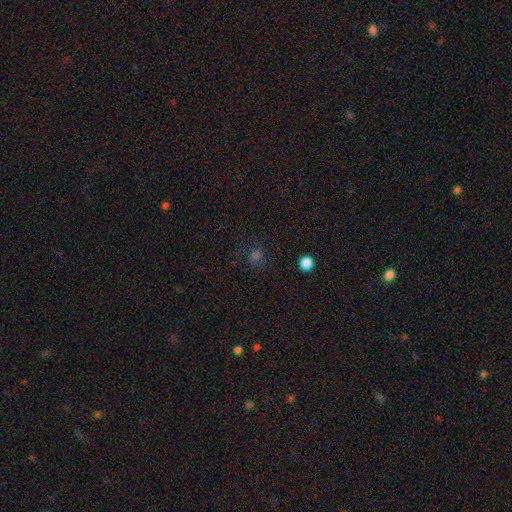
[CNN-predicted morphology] A smooth galaxy with no disk features (52%) that is round (77%).

Vote fractions:
- Smooth or featured? smooth: 52% / star or artifact: 35% / featured or disk: 13%
- How rounded? round: 77% / in between: 22% / cigar-shaped: 1%
- Merging? none: 71% / minor disturbance: 16% / major disturbance: 11% / merger: 2%